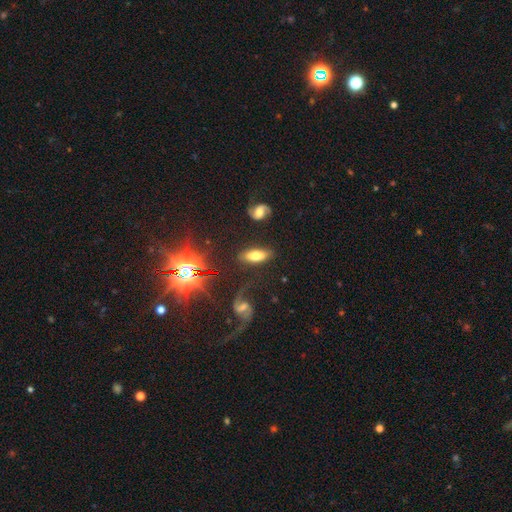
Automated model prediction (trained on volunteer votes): smooth_or_featured: smooth (p=0.62) [alt: featured or disk p=0.25]
how_rounded: in between (p=0.71) [alt: cigar-shaped p=0.25]
merging: none (p=0.77) [alt: minor disturbance p=0.13]